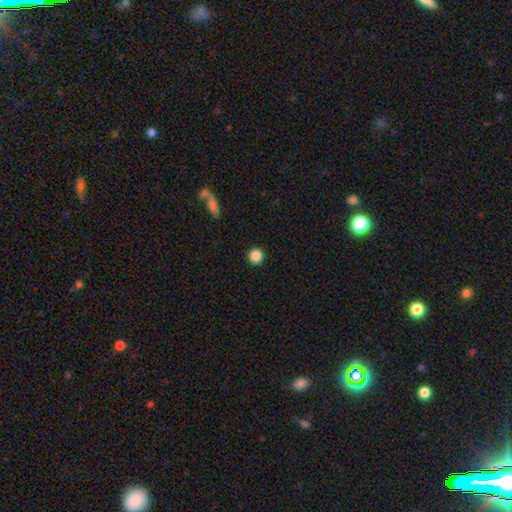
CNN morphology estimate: Smooth or featured? Predicted: smooth (p=0.86). How rounded? Predicted: round (p=0.95). Merging? Predicted: none (p=0.93).